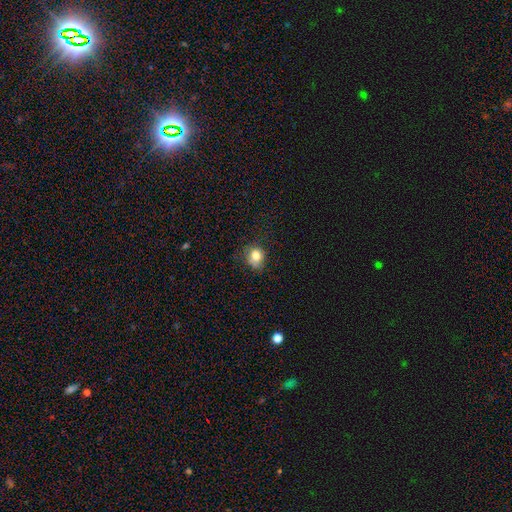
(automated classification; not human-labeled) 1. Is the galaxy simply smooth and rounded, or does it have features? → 79% smooth, 11% star or artifact, 10% featured or disk.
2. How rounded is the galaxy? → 65% round, 34% in between, 1% cigar-shaped.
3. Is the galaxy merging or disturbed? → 65% none, 25% minor disturbance, 8% major disturbance, 2% merger.